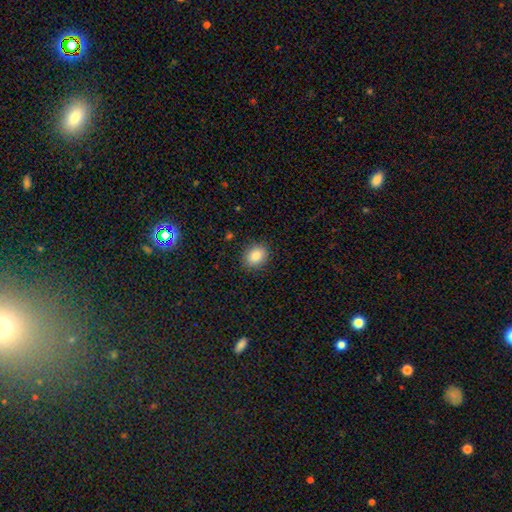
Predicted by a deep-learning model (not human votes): Smooth or featured? smooth (86%)
How rounded? in between (54%)
Merging? none (88%)